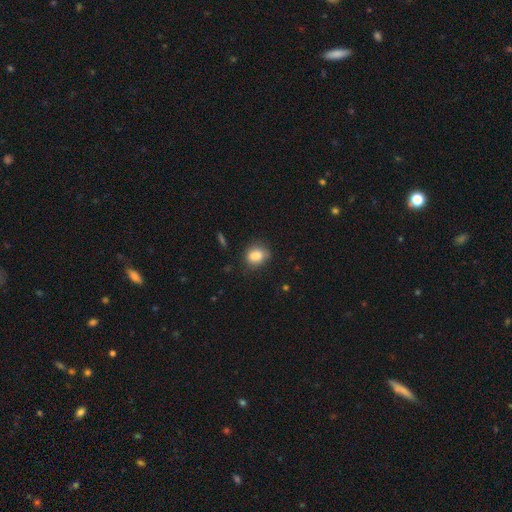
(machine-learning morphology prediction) The model was most divided on "how rounded": in between: 51%, round: 48%, cigar-shaped: 1%. More confident: smooth or featured — smooth (83%); merging — none (75%).